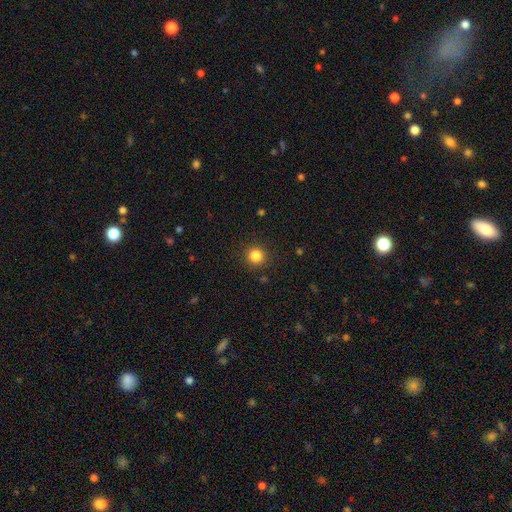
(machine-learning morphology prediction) Smooth or featured? Predicted: smooth (p=0.83). How rounded? Predicted: round (p=0.94). Merging? Predicted: none (p=0.91).